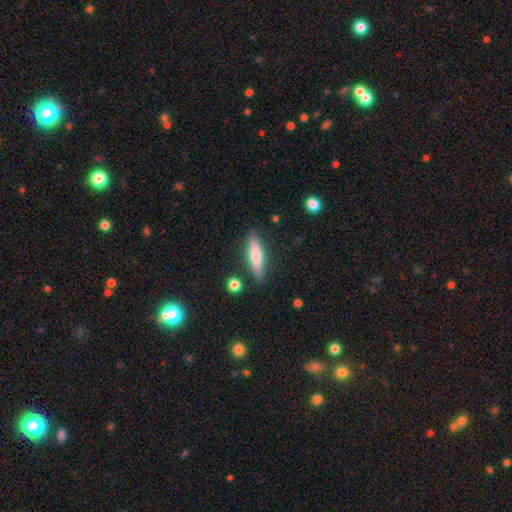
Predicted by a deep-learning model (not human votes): Smooth or featured: smooth — 63% (featured or disk — 31%)
How rounded: cigar-shaped — 71% (in between — 27%)
Merging: none — 83% (minor disturbance — 12%)